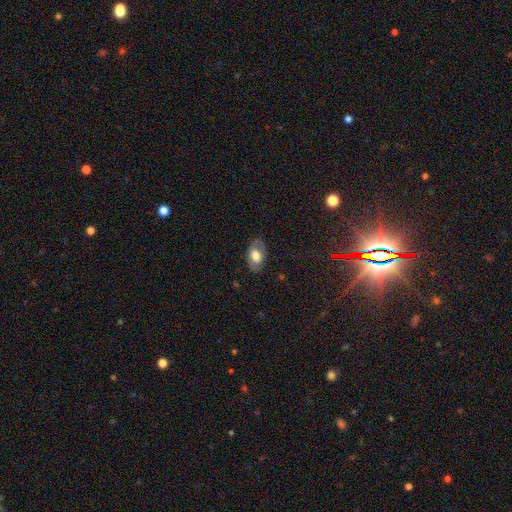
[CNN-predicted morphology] type=smooth (58%); roundness=in between (90%); merging=none (77%).